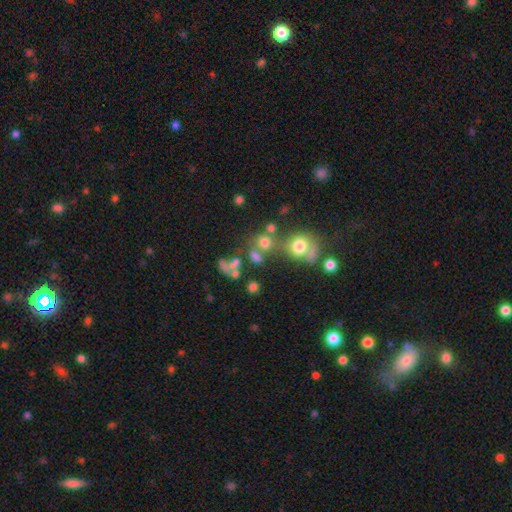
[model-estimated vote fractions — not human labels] smooth_or_featured: smooth (p=0.64) [alt: star or artifact p=0.19]
how_rounded: round (p=0.66) [alt: in between p=0.31]
merging: none (p=0.39) [alt: merger p=0.38]